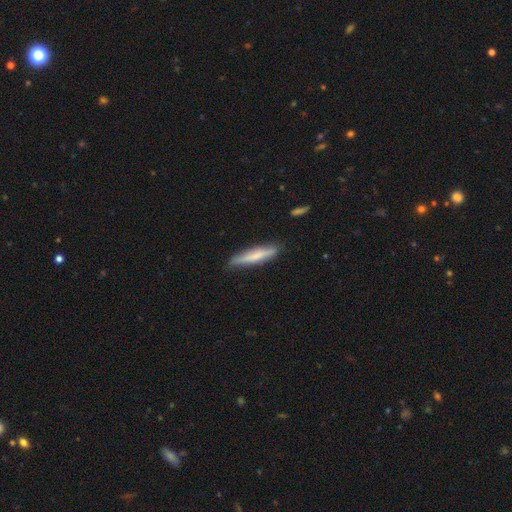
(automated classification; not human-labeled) Q: Smooth or featured?
A: smooth (66%); runner-up: featured or disk (29%)
Q: How rounded?
A: cigar-shaped (90%); runner-up: in between (9%)
Q: Merging?
A: none (83%); runner-up: minor disturbance (13%)